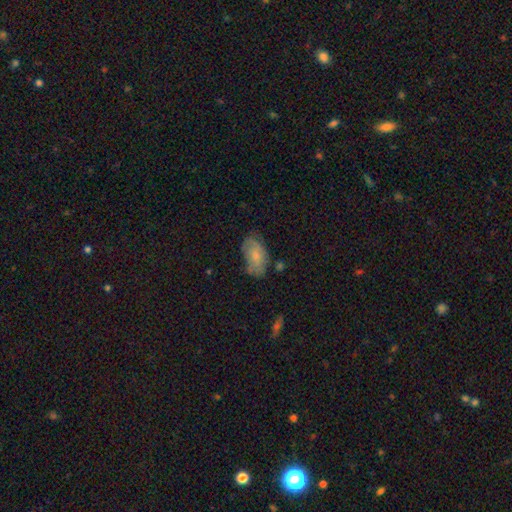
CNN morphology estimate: smooth_or_featured: smooth (p=0.68) [alt: featured or disk p=0.25]
how_rounded: in between (p=0.93) [alt: round p=0.05]
merging: none (p=0.61) [alt: minor disturbance p=0.28]